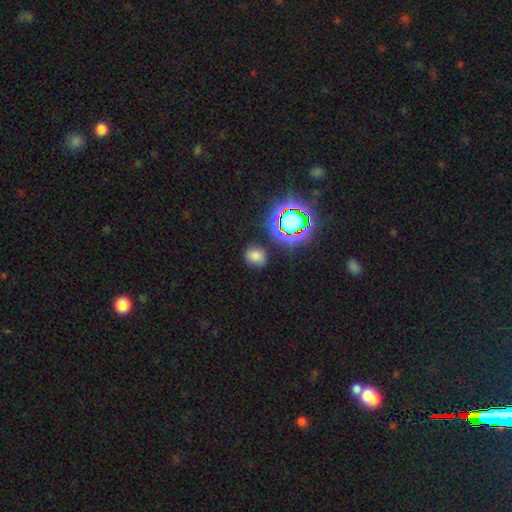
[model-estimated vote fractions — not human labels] A smooth galaxy with no disk features (72%) that is round (63%).

Vote fractions:
- Smooth or featured? smooth: 72% / star or artifact: 21% / featured or disk: 7%
- How rounded? round: 63% / in between: 36% / cigar-shaped: 1%
- Merging? none: 82% / minor disturbance: 12% / major disturbance: 3% / merger: 3%